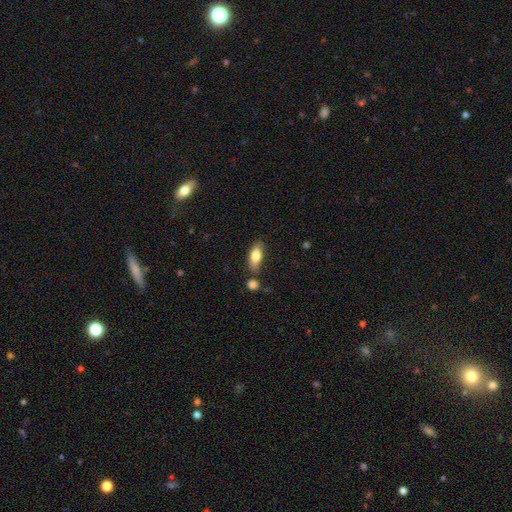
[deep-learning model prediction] Smooth or featured? smooth (77%)
How rounded? in between (78%)
Merging? none (73%)